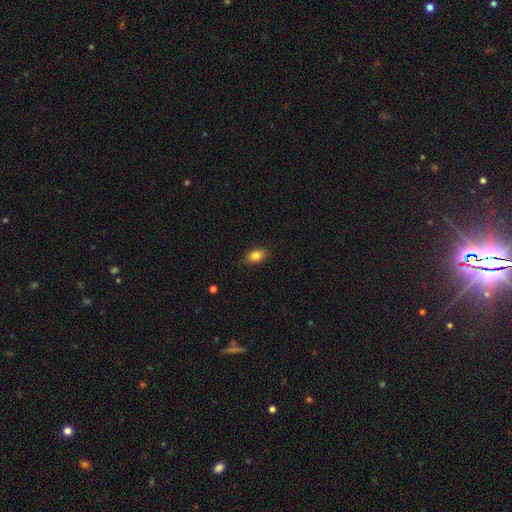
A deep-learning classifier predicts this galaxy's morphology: smooth 84%, star or artifact 9%, featured or disk 8%. Down the decision tree: how rounded — in between (86%); merging — none (87%).